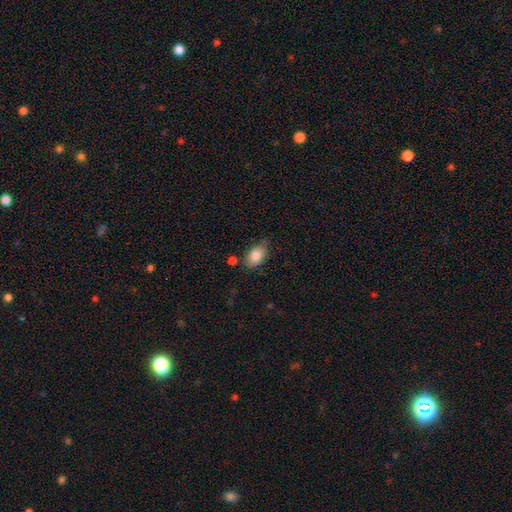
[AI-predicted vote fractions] smooth 83%, featured or disk 9%, star or artifact 7%. Down the decision tree: how rounded — in between (88%); merging — none (68%).